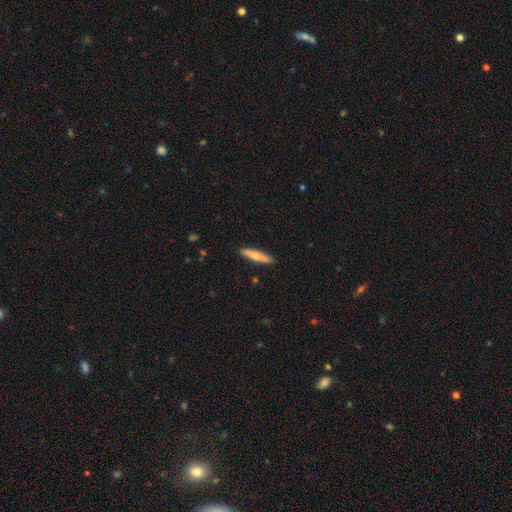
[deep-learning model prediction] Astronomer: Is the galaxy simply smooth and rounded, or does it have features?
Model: smooth — 62%.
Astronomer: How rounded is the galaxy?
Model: cigar-shaped — 87%.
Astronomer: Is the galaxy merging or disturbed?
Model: none — 90%.